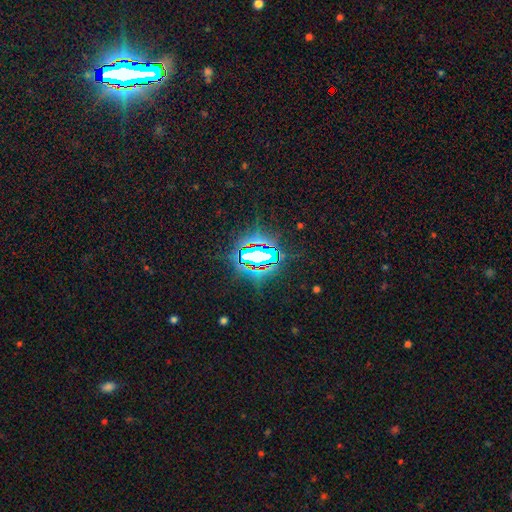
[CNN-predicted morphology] Smooth or featured?
  - star or artifact: 75% *
  - smooth: 14%
  - featured or disk: 11%